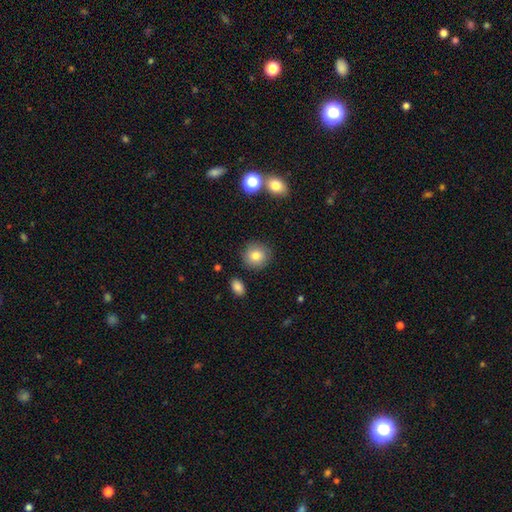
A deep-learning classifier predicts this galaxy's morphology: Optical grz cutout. It shows a smooth galaxy with no disk features (77%) that is round (90%). Merging: none (85%).